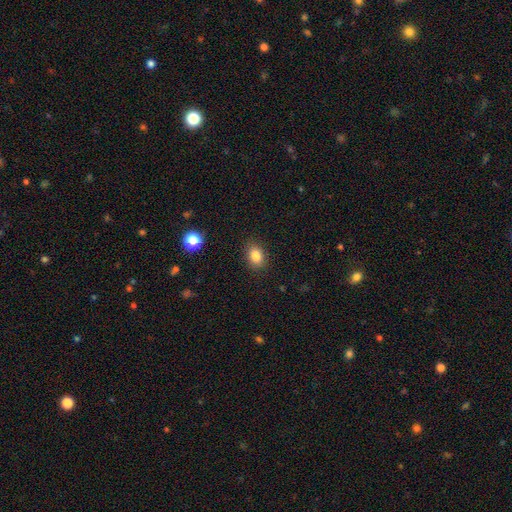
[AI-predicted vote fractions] smooth 84%, star or artifact 10%, featured or disk 6%. Down the decision tree: how rounded — in between (74%); merging — none (87%).